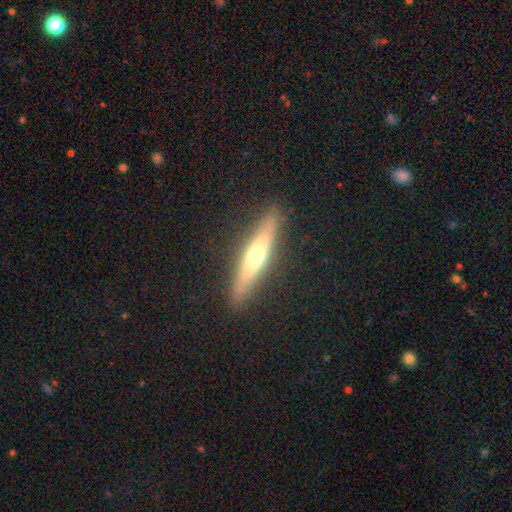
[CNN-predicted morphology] smooth-or-featured: featured or disk: 56% | smooth: 38% | star or artifact: 7%
  disk-edge-on: yes: 93% | no: 7%
    edge-on-bulge: rounded: 83% | none: 13% | boxy: 5%
  merging: none: 89% | minor disturbance: 7% | major disturbance: 2% | merger: 1%